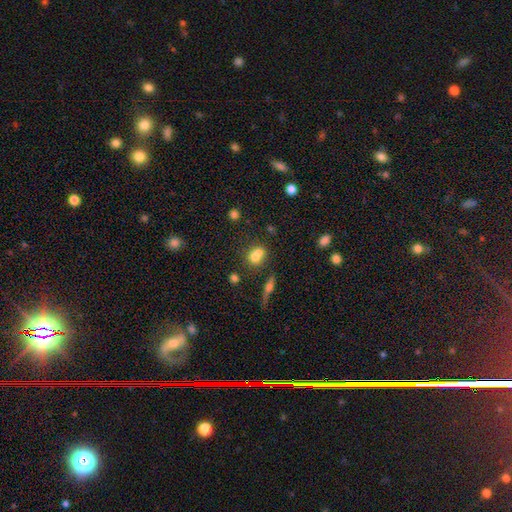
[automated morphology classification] smooth 69%, featured or disk 18%, star or artifact 13%. Down the decision tree: how rounded — round (61%); merging — merger (56%).